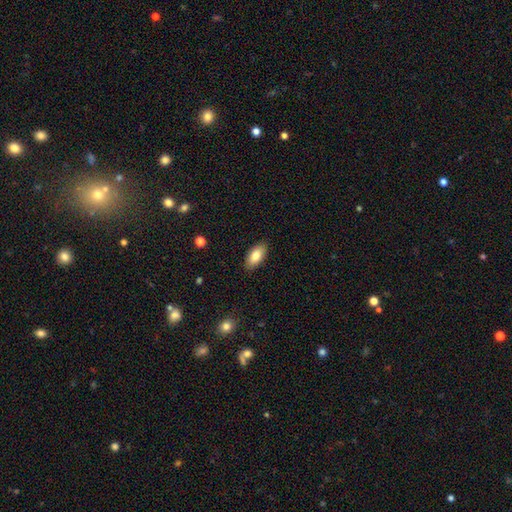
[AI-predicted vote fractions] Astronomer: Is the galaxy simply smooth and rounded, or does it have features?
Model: smooth — 83%.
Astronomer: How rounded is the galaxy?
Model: in between — 92%.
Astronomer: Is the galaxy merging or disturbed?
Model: none — 88%.